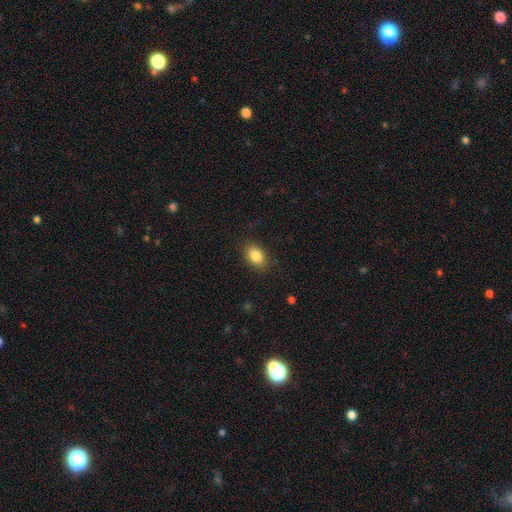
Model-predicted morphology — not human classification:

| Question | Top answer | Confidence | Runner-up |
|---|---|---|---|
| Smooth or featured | smooth | 85% | star or artifact (9%) |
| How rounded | in between | 81% | round (17%) |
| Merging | none | 84% | minor disturbance (12%) |